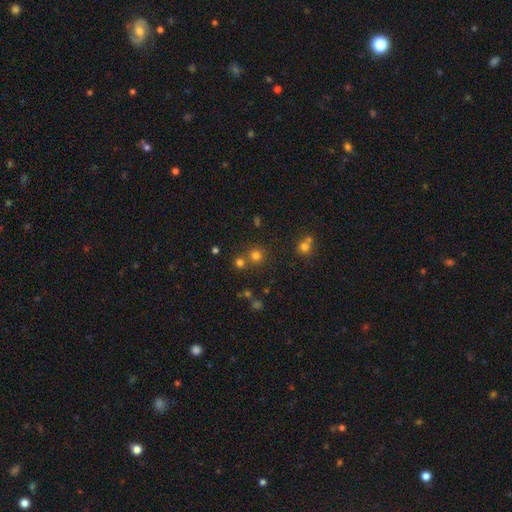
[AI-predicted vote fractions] A smooth galaxy with no disk features (70%) that is round (91%). Merging: none (68%).